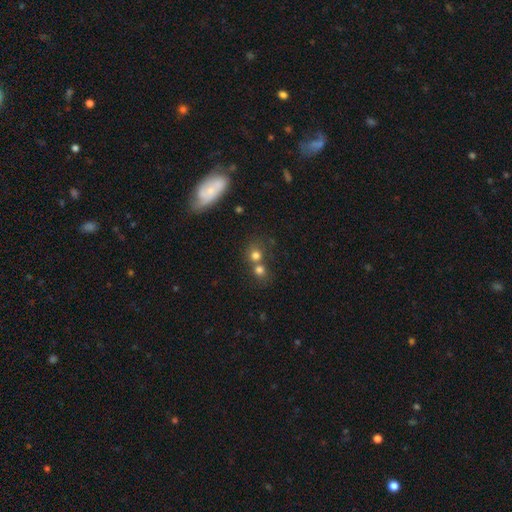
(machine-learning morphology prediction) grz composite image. It shows a smooth galaxy with no disk features (73%) that is round (82%). Merging: merger (51%).